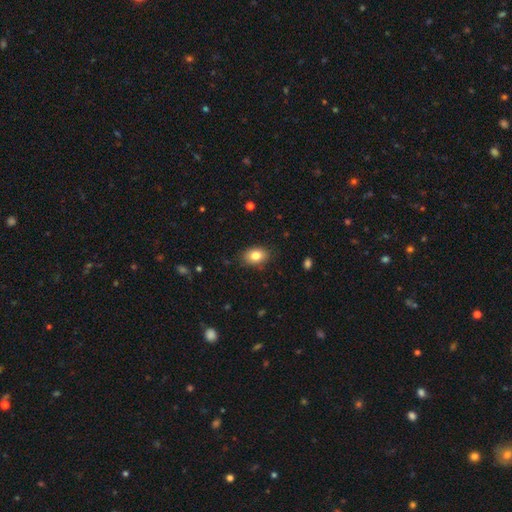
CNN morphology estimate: type=smooth (83%); roundness=in between (76%); merging=none (85%).